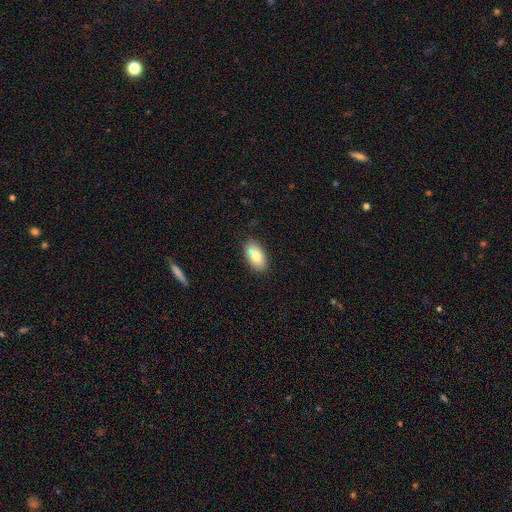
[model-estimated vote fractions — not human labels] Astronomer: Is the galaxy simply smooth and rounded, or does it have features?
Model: smooth — 76%.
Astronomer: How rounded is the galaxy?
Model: in between — 93%.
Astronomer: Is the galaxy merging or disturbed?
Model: none — 81%.